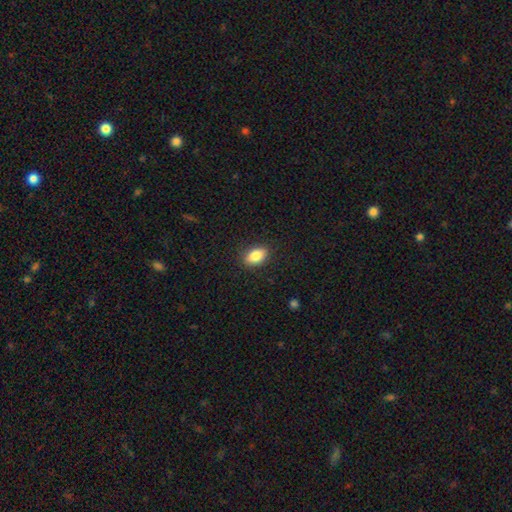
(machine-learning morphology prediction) Smooth or featured: smooth — 85% (star or artifact — 8%)
How rounded: in between — 88% (round — 10%)
Merging: none — 88% (minor disturbance — 9%)